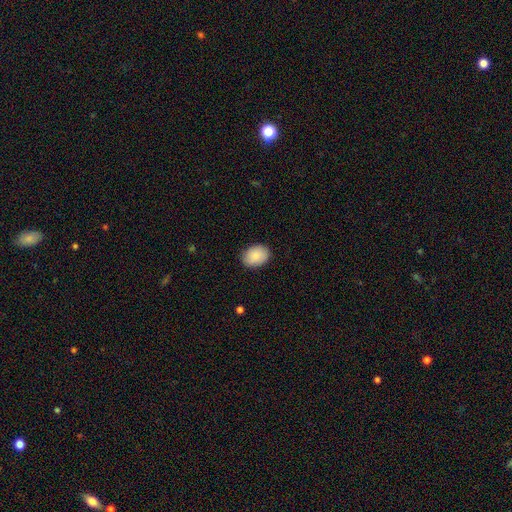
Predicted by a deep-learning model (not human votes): A smooth galaxy with no disk features (87%) that is in between round and cigar-shaped (74%).

Vote fractions:
- Smooth or featured? smooth: 87% / star or artifact: 7% / featured or disk: 6%
- How rounded? in between: 74% / round: 25% / cigar-shaped: 1%
- Merging? none: 87% / minor disturbance: 10% / major disturbance: 2% / merger: 1%